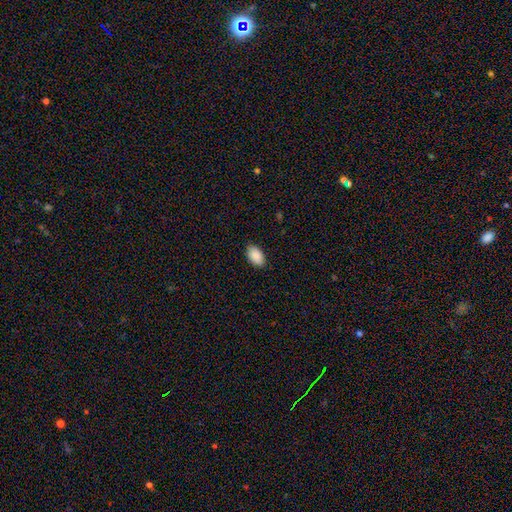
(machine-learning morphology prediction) The model was most divided on "merging": none: 87%, minor disturbance: 10%, major disturbance: 2%, merger: 1%. More confident: how rounded — in between (93%); smooth or featured — smooth (91%).